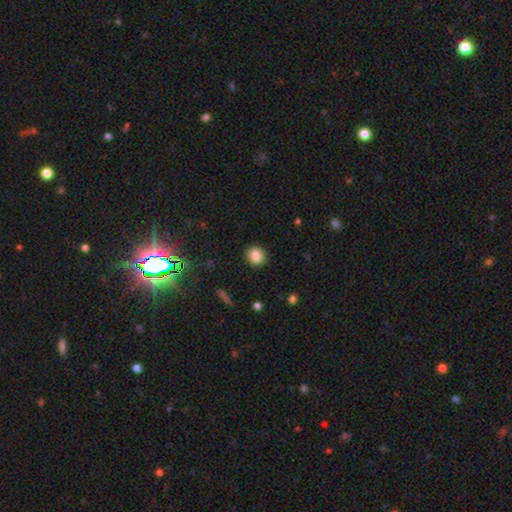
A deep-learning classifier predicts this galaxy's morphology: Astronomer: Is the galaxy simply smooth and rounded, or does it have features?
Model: smooth — 84%.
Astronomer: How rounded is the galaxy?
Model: round — 84%.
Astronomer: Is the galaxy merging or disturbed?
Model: none — 91%.